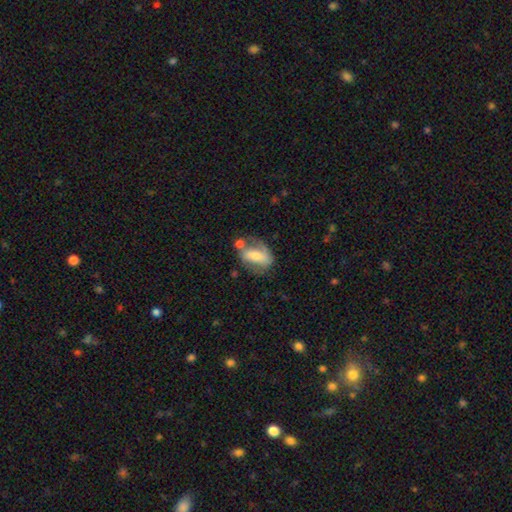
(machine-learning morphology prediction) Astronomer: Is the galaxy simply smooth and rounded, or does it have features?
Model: featured or disk — 56% (runner-up: smooth, 37%).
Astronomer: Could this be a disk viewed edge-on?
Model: no — 91%.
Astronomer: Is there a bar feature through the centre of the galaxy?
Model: strong — 42% (runner-up: no, 30%).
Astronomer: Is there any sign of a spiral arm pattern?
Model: yes — 67%.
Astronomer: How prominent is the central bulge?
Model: moderate — 50% (runner-up: small, 39%).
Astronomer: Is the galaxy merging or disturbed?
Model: none — 45% (runner-up: minor disturbance, 23%).